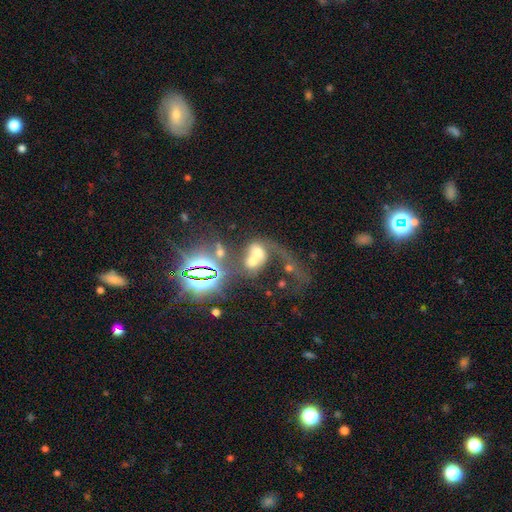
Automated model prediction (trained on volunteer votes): Smooth or featured: featured or disk — 39% (smooth — 38%)
Merging: merger — 72% (major disturbance — 13%)